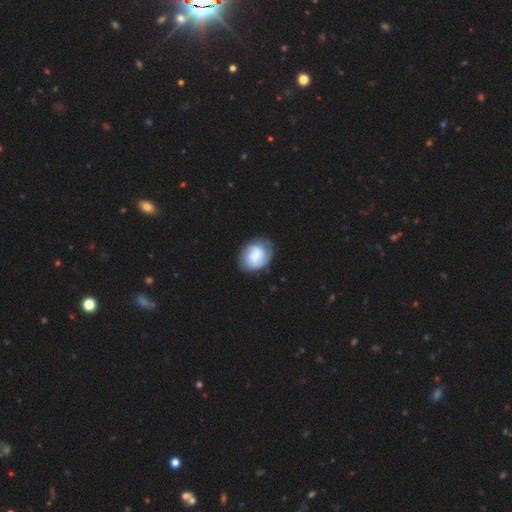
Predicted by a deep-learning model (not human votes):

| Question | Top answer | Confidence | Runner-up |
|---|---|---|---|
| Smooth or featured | smooth | 51% | featured or disk (42%) |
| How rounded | round | 50% | in between (49%) |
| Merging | none | 69% | minor disturbance (22%) |